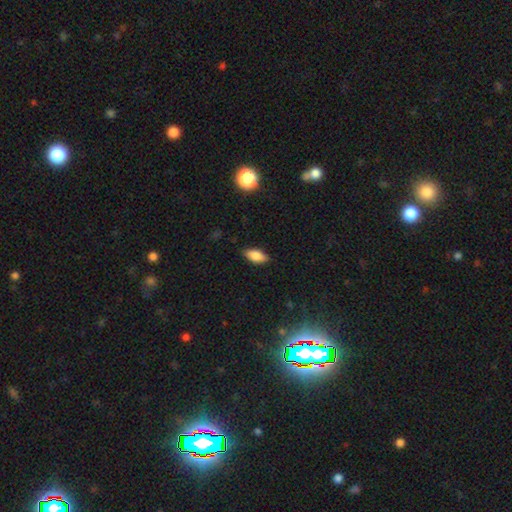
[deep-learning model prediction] smooth_or_featured: smooth (p=0.79) [alt: featured or disk p=0.13]
how_rounded: in between (p=0.85) [alt: cigar-shaped p=0.12]
merging: none (p=0.85) [alt: minor disturbance p=0.11]